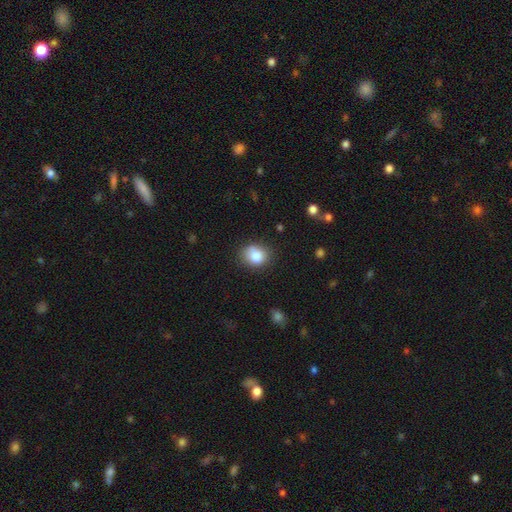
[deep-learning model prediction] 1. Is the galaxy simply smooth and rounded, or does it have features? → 83% smooth, 10% star or artifact, 7% featured or disk.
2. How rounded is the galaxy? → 61% round, 38% in between, 1% cigar-shaped.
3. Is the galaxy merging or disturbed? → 69% none, 21% minor disturbance, 5% major disturbance, 5% merger.